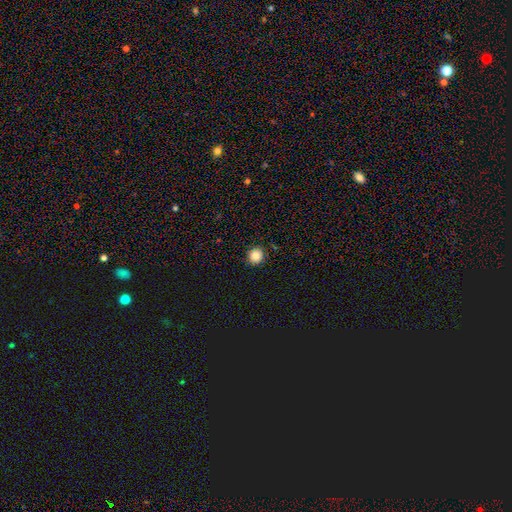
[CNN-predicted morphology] A smooth galaxy with no disk features (85%) that is round (92%).

Vote fractions:
- Smooth or featured? smooth: 85% / star or artifact: 11% / featured or disk: 5%
- How rounded? round: 92% / in between: 7% / cigar-shaped: 1%
- Merging? none: 90% / minor disturbance: 7% / major disturbance: 2% / merger: 1%